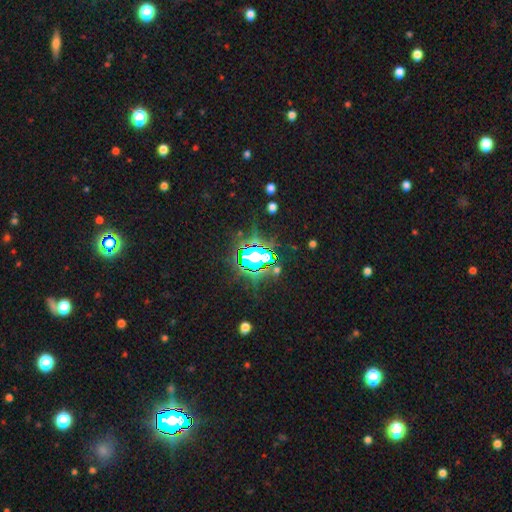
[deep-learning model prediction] This appears to be a star or artifact, not a galaxy (71%).